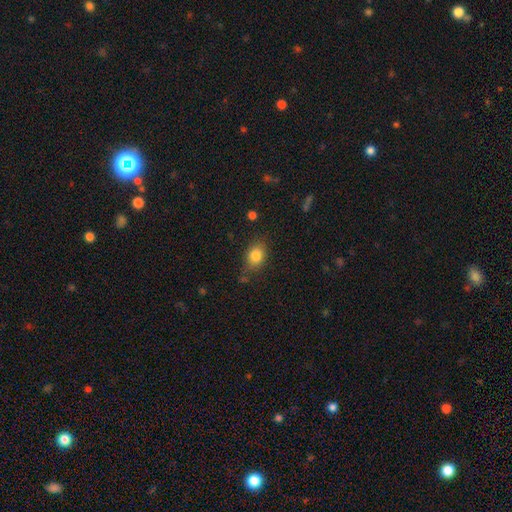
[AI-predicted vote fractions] Smooth or featured: smooth — 83% (star or artifact — 10%)
How rounded: in between — 60% (round — 38%)
Merging: none — 74% (minor disturbance — 18%)